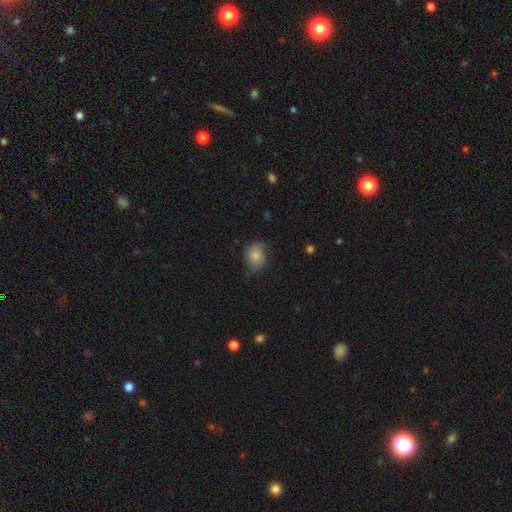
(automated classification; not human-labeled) Smooth or featured? smooth (71%)
How rounded? round (53%)
Merging? none (56%)